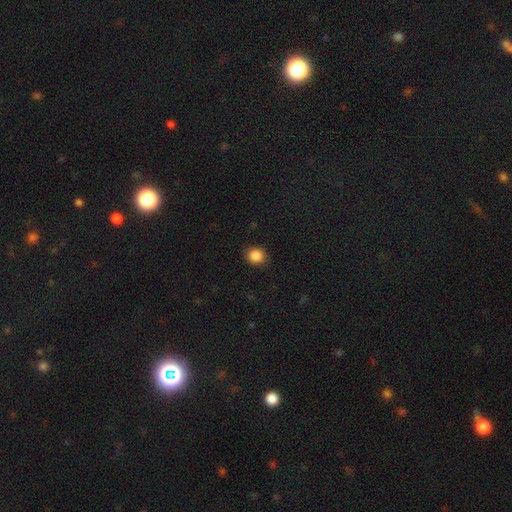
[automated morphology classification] Smooth or featured? smooth (87%)
How rounded? round (82%)
Merging? none (89%)